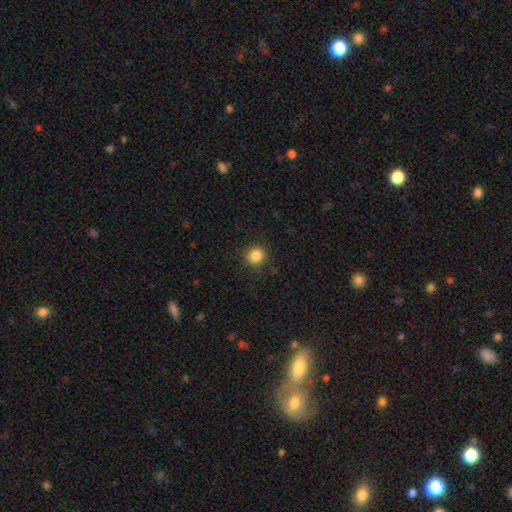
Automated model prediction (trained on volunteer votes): This appears to be a smooth galaxy with no disk features (86%) that is round (92%). Merging: none (91%).